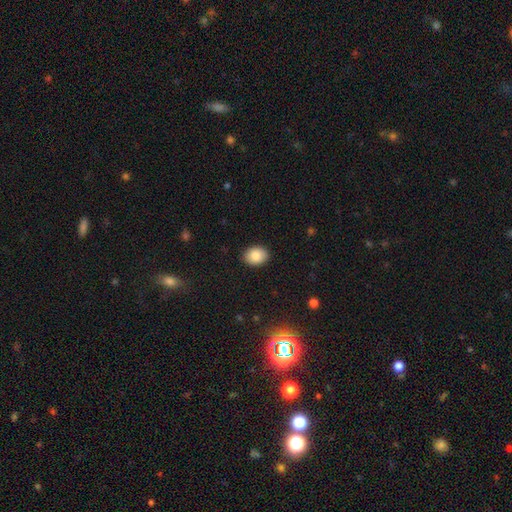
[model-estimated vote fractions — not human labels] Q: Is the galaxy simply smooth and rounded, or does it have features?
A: smooth — 87%.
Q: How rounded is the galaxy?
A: in between — 69%.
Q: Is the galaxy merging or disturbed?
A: none — 89%.